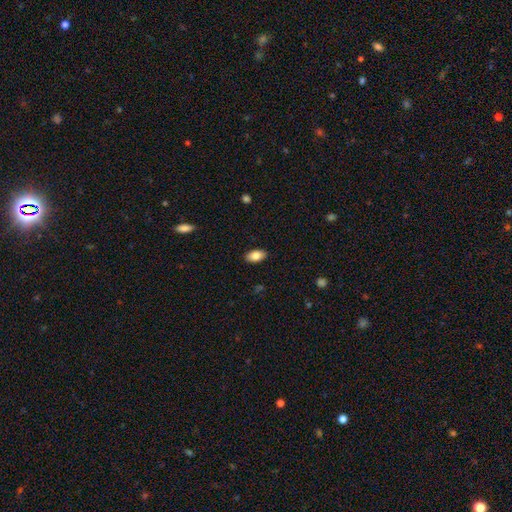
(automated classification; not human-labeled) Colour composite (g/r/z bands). It shows a smooth galaxy with no disk features (83%) that is in between round and cigar-shaped (93%). Merging: none (89%).